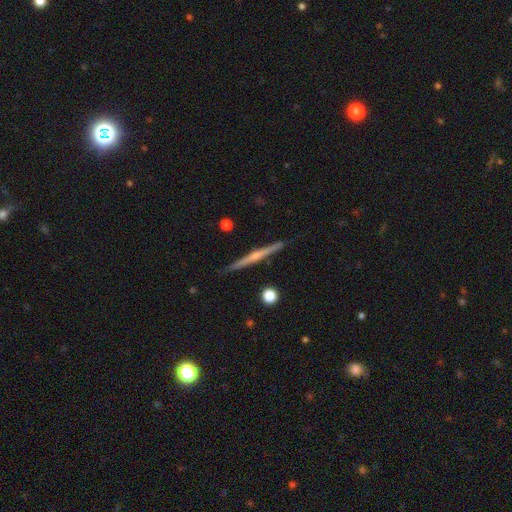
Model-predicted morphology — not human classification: A featured or disk galaxy (75%) viewed edge-on (98%) with a rounded central bulge (72%).

Vote fractions:
- Smooth or featured? featured or disk: 75% / smooth: 17% / star or artifact: 8%
- Edge-on disk? yes: 98% / no: 2%
- Edge-on bulge? rounded: 72% / none: 20% / boxy: 8%
- Merging? none: 90% / minor disturbance: 6% / major disturbance: 2% / merger: 2%